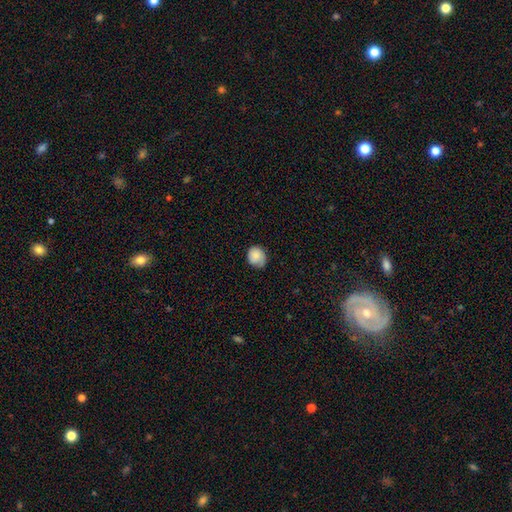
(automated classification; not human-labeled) This is clearly a smooth galaxy (81%). How rounded: likely round (65%). Merging: likely none (63%).